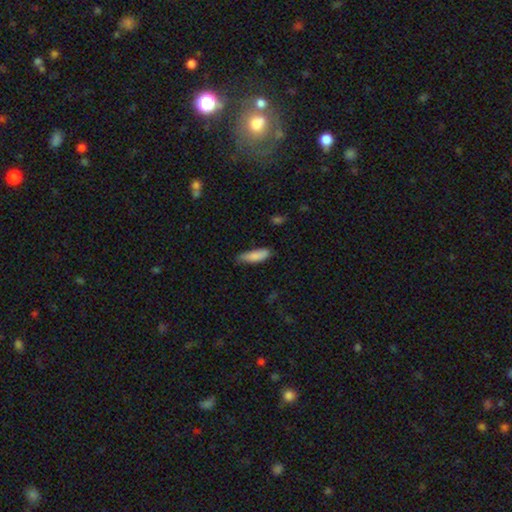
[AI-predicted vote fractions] This appears to be a smooth galaxy with no disk features (85%) that is cigar-shaped (50%). Merging: none (66%).